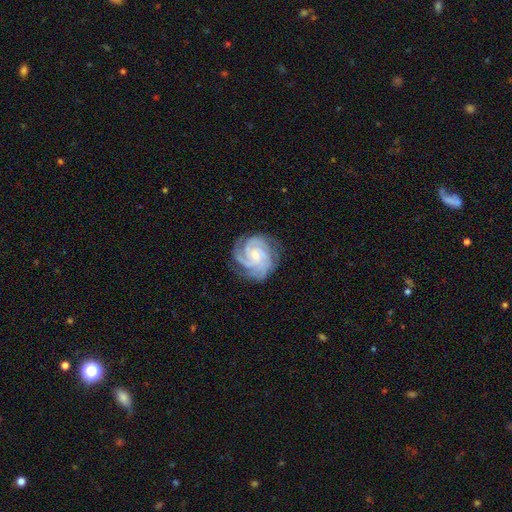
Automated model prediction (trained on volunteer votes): This appears to be a featured or disk galaxy (91%) with no bar (64%), 3 (38%) tight (73%) spiral arms (98%) and a small central bulge (65%). Merging: none (78%).